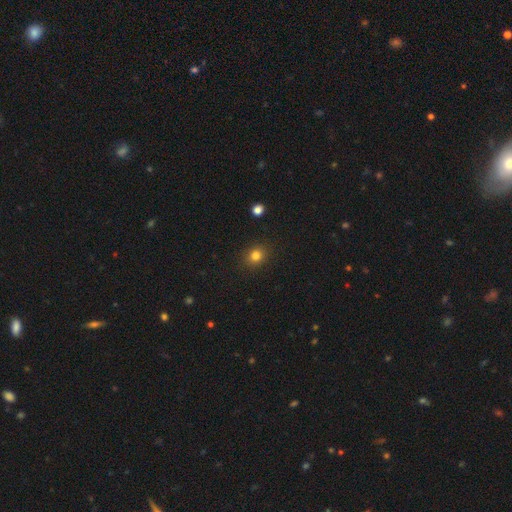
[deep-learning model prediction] Overall: smooth (82%). How rounded: round (71%). Merging: none (88%).